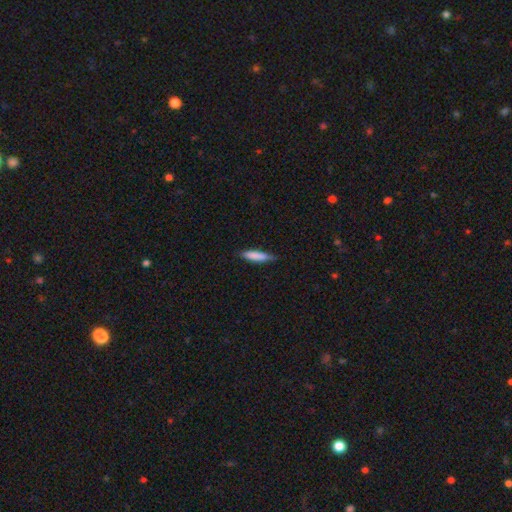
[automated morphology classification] A smooth galaxy with no disk features (81%) that is cigar-shaped (80%).

Vote fractions:
- Smooth or featured? smooth: 81% / featured or disk: 13% / star or artifact: 6%
- How rounded? cigar-shaped: 80% / in between: 18% / round: 1%
- Merging? none: 78% / minor disturbance: 18% / major disturbance: 3% / merger: 1%